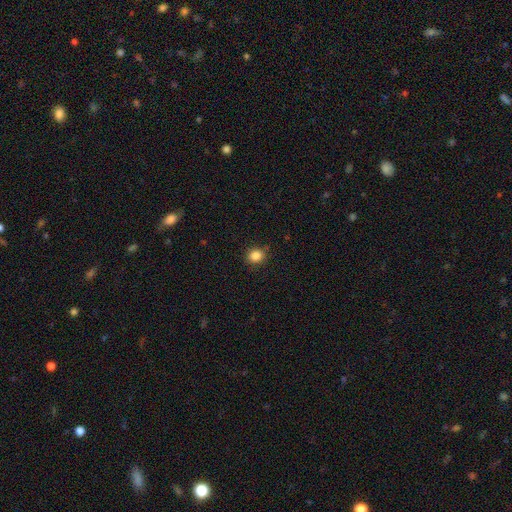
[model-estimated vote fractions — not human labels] A smooth galaxy with no disk features (85%) that is round (76%).

Vote fractions:
- Smooth or featured? smooth: 85% / star or artifact: 11% / featured or disk: 4%
- How rounded? round: 76% / in between: 23% / cigar-shaped: 1%
- Merging? none: 86% / minor disturbance: 10% / major disturbance: 2% / merger: 2%